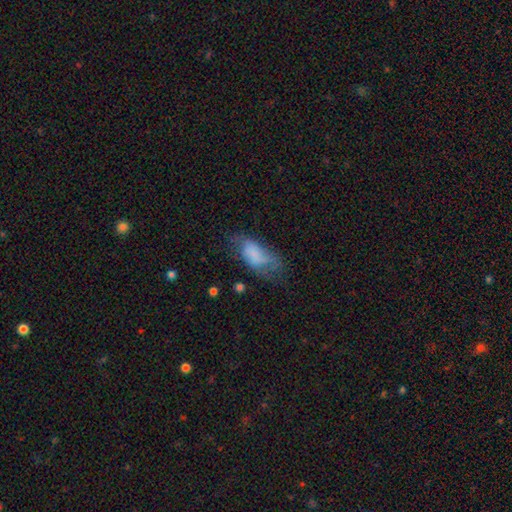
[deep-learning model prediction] This appears to be a smooth galaxy with no disk features (64%) that is in between round and cigar-shaped (90%). Merging: major disturbance (35%).